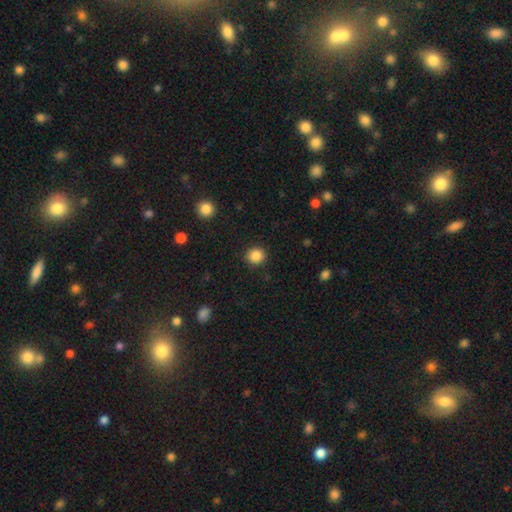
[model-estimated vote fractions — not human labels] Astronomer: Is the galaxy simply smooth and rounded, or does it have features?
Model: smooth — 87%.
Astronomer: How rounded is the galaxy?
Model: round — 88%.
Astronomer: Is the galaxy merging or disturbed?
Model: none — 90%.